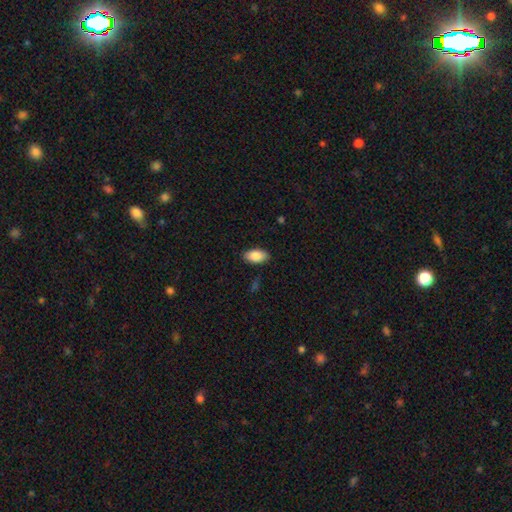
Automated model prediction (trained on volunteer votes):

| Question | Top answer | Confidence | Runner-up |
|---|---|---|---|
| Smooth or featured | smooth | 86% | featured or disk (8%) |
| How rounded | in between | 94% | round (3%) |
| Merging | none | 88% | minor disturbance (9%) |